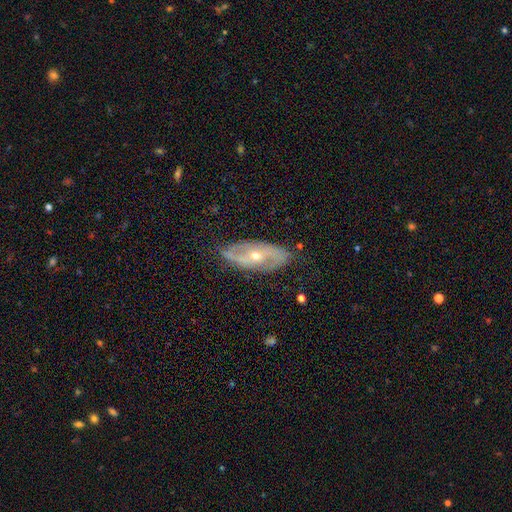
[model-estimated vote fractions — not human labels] Smooth or featured? featured or disk (78%)
Edge-on disk? no (87%)
Bar? no (50%)
Spiral arms? yes (80%)
Spiral winding? medium (39%)
Spiral arm count? 2 (80%)
Bulge size? small (55%)
Merging? none (74%)